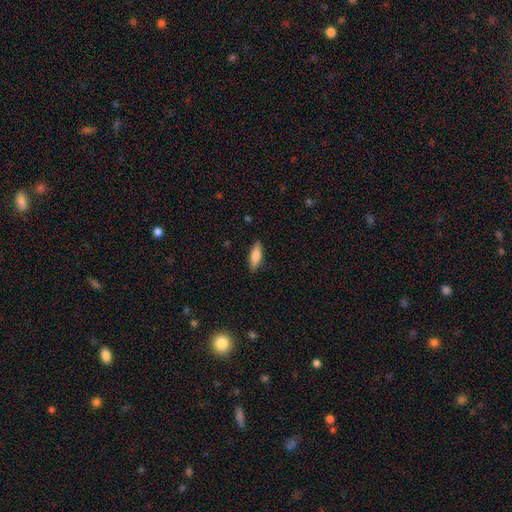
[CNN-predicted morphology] Smooth or featured?
  - smooth: 76% *
  - featured or disk: 17%
  - star or artifact: 6%
How rounded?
  - in between: 53% *
  - cigar-shaped: 45%
  - round: 2%
Merging?
  - none: 86% *
  - minor disturbance: 10%
  - major disturbance: 2%
  - merger: 1%